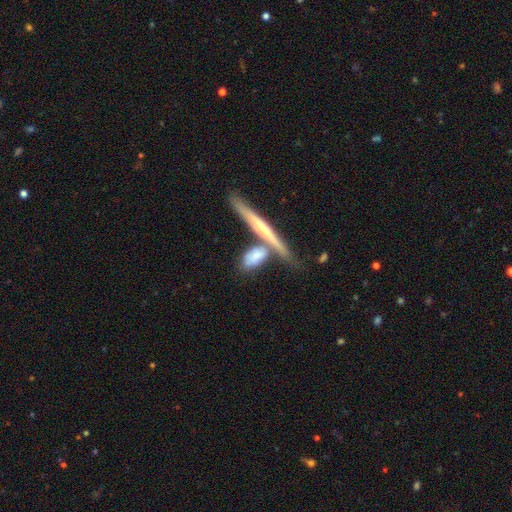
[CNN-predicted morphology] Q: Smooth or featured?
A: smooth (56%); runner-up: featured or disk (38%)
Q: How rounded?
A: cigar-shaped (53%); runner-up: in between (41%)
Q: Merging?
A: none (42%); runner-up: merger (37%)